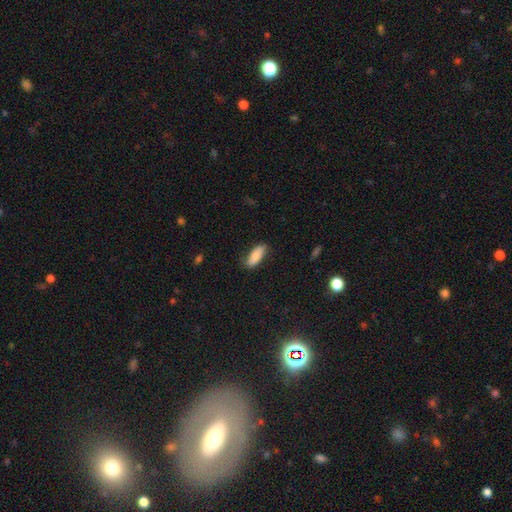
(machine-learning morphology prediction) Q: Smooth or featured?
A: smooth (80%); runner-up: featured or disk (13%)
Q: How rounded?
A: in between (76%); runner-up: cigar-shaped (22%)
Q: Merging?
A: none (75%); runner-up: minor disturbance (20%)